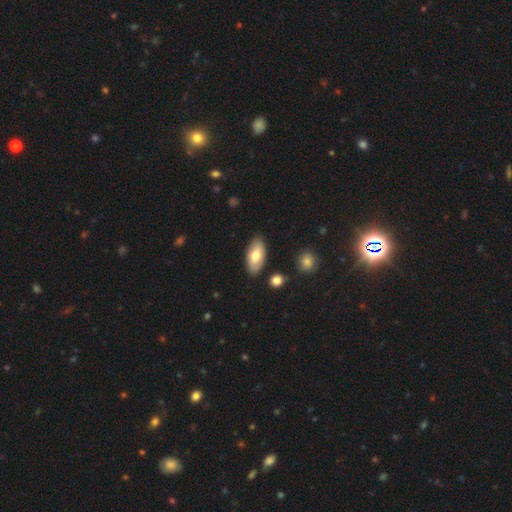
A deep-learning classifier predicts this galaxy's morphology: The model was most divided on "smooth or featured": smooth: 73%, featured or disk: 21%, star or artifact: 6%. More confident: how rounded — in between (92%); merging — none (85%).